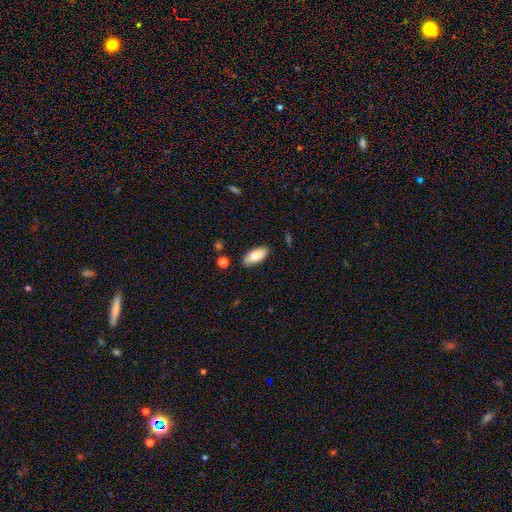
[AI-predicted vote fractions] Smooth or featured? smooth (82%)
How rounded? in between (88%)
Merging? none (86%)